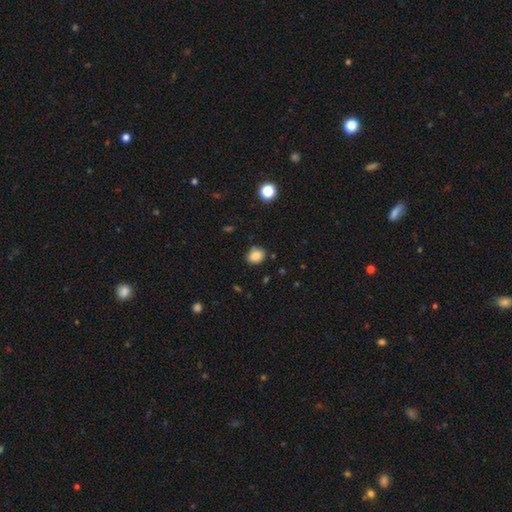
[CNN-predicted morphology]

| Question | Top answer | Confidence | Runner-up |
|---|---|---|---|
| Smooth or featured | smooth | 84% | star or artifact (10%) |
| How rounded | round | 52% | in between (47%) |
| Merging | none | 83% | minor disturbance (12%) |